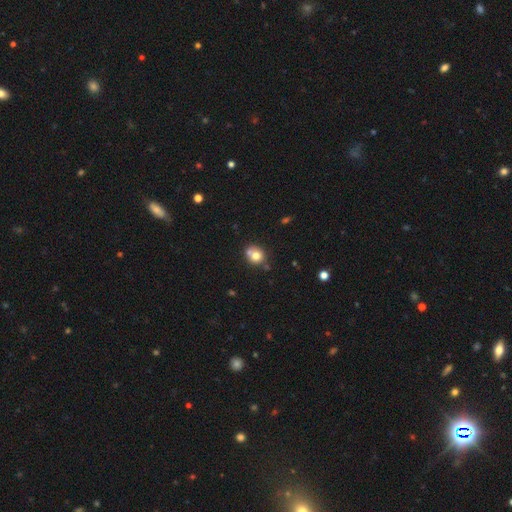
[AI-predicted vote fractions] The model was most divided on "merging": none: 53%, merger: 28%, minor disturbance: 14%, major disturbance: 4%. More confident: smooth or featured — smooth (74%); how rounded — round (73%).